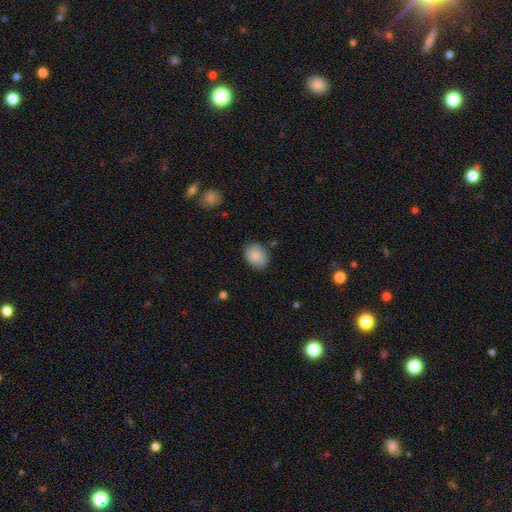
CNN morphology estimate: Q: Smooth or featured?
A: smooth (82%); runner-up: featured or disk (11%)
Q: How rounded?
A: in between (62%); runner-up: round (37%)
Q: Merging?
A: none (75%); runner-up: minor disturbance (19%)